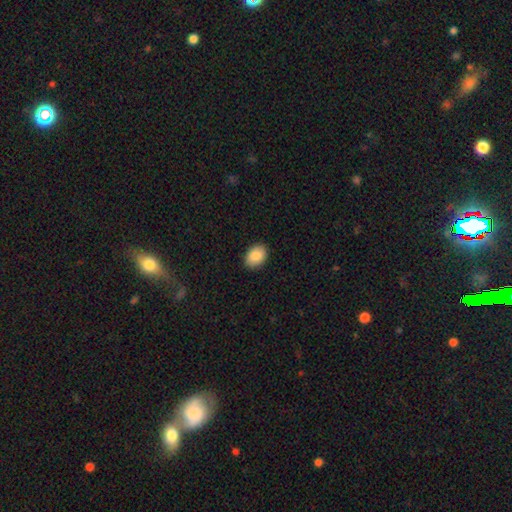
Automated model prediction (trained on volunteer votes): smooth 89%, star or artifact 7%, featured or disk 4%. Down the decision tree: how rounded — in between (81%); merging — none (89%).